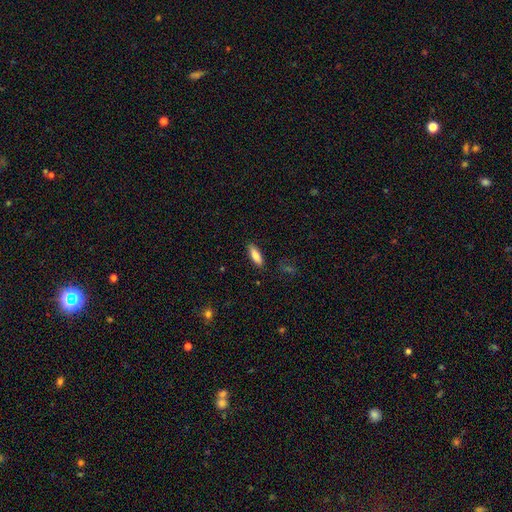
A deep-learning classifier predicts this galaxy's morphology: Smooth or featured? smooth (83%)
How rounded? in between (56%)
Merging? none (87%)